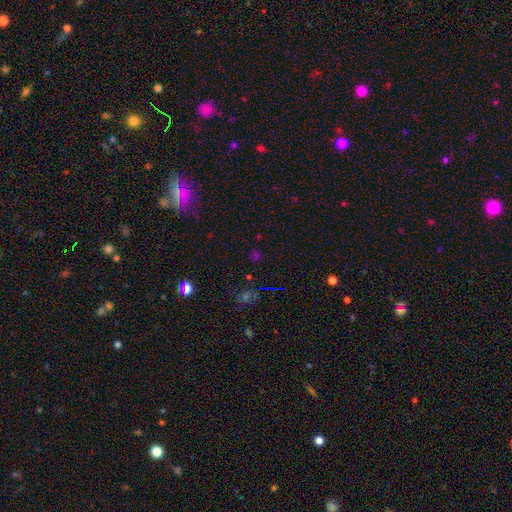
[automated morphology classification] Overall: star or artifact (55%; smooth 38%).